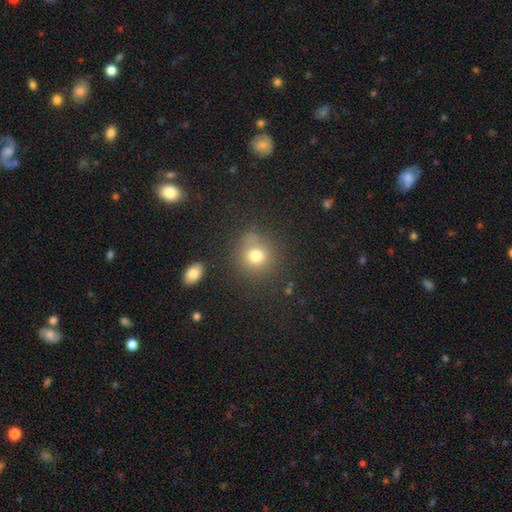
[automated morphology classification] smooth_or_featured: smooth (p=0.75) [alt: star or artifact p=0.16]
how_rounded: round (p=0.85) [alt: in between p=0.14]
merging: none (p=0.78) [alt: minor disturbance p=0.13]